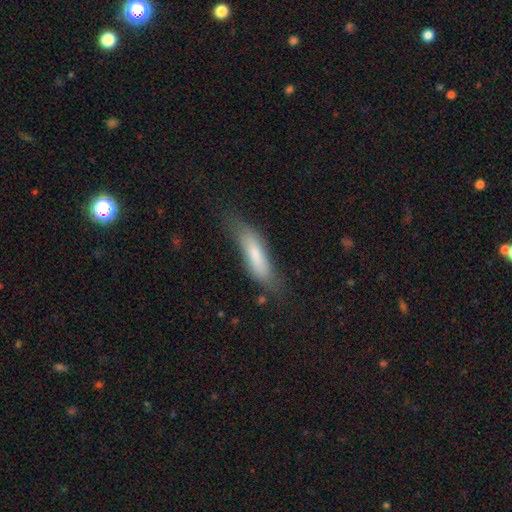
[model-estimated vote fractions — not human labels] This is likely a smooth galaxy (74%). How rounded: likely cigar-shaped (65%). Merging: likely none (65%).